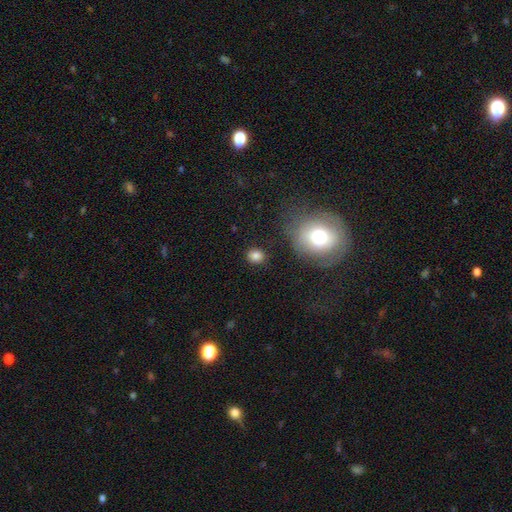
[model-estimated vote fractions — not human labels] This is clearly a smooth galaxy (81%). How rounded: likely round (74%). Merging: clearly none (86%).